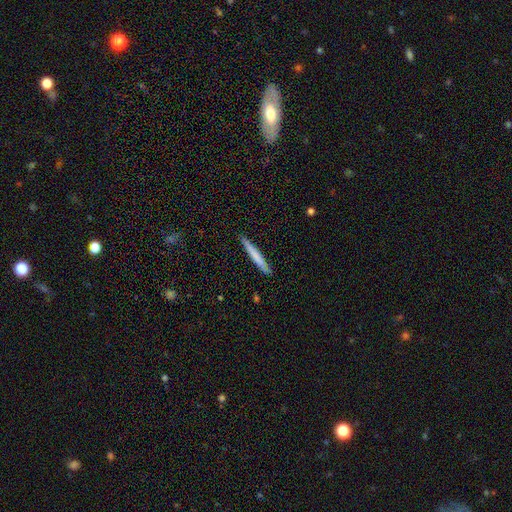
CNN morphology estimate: The model was most divided on "smooth or featured": smooth: 68%, featured or disk: 27%, star or artifact: 6%. More confident: how rounded — cigar-shaped (96%); merging — none (90%).